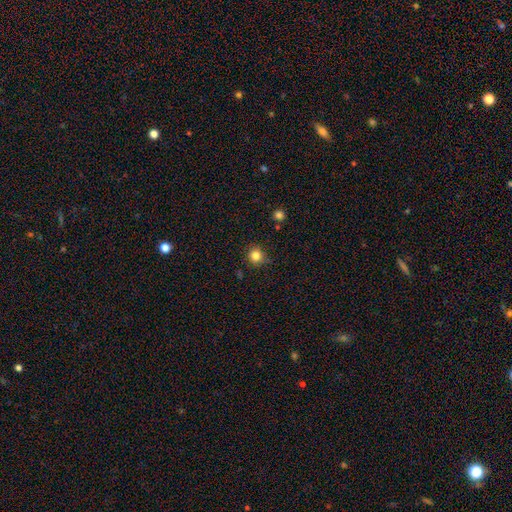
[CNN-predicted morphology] type=smooth (82%); roundness=round (91%); merging=none (85%).